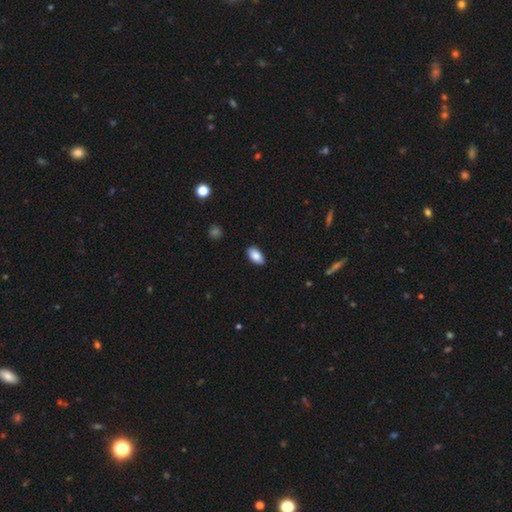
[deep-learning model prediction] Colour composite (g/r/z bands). It shows a smooth galaxy with no disk features (87%) that is in between round and cigar-shaped (94%). Merging: none (87%).